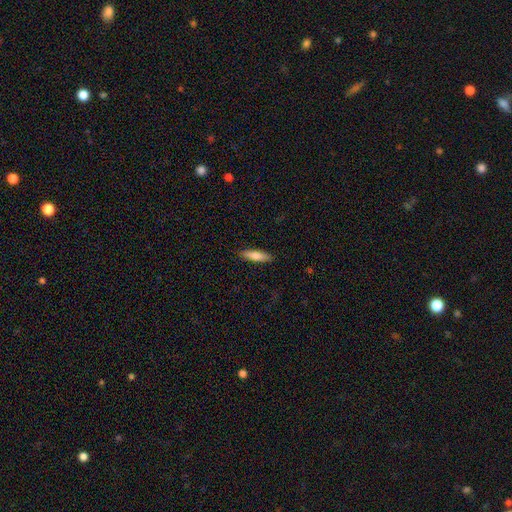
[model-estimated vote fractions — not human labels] Q: Smooth or featured?
A: smooth (78%); runner-up: featured or disk (16%)
Q: How rounded?
A: cigar-shaped (71%); runner-up: in between (28%)
Q: Merging?
A: none (89%); runner-up: minor disturbance (8%)